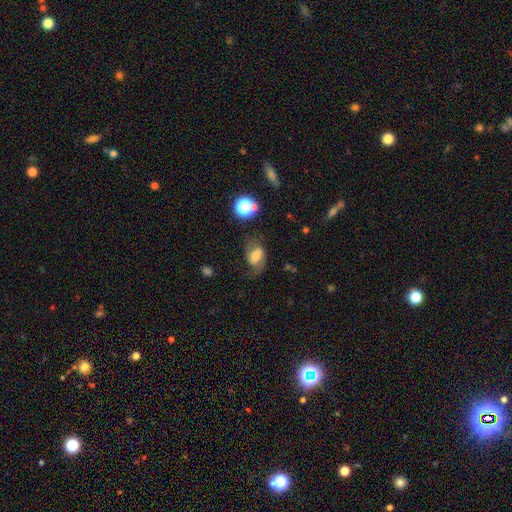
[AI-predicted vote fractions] This appears to be a smooth galaxy with no disk features (49%). Merging: none (53%).